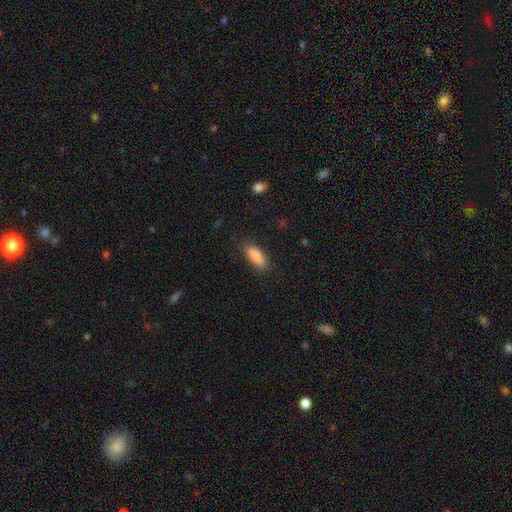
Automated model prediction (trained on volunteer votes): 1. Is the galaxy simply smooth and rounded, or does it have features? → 85% smooth, 9% featured or disk, 7% star or artifact.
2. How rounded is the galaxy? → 63% in between, 35% cigar-shaped, 2% round.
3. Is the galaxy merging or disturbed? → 85% none, 11% minor disturbance, 3% major disturbance, 1% merger.